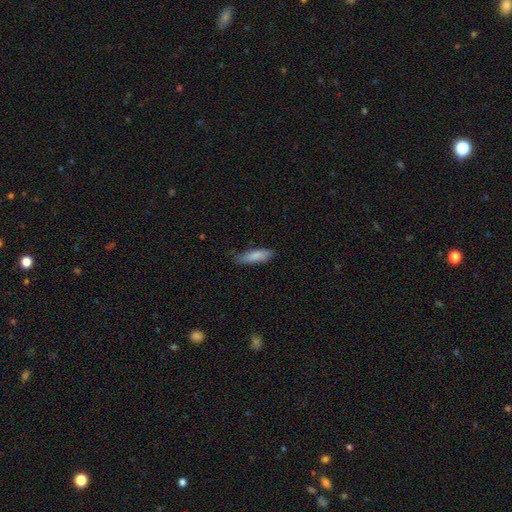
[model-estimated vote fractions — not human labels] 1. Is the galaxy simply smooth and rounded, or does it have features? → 85% smooth, 9% featured or disk, 6% star or artifact.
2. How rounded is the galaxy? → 51% cigar-shaped, 47% in between, 2% round.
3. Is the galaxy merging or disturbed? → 70% none, 25% minor disturbance, 4% major disturbance, 1% merger.